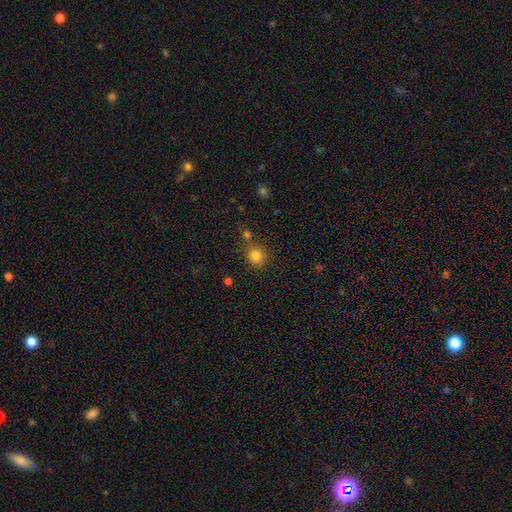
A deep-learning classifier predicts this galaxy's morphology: A smooth galaxy with no disk features (82%) that is round (81%).

Vote fractions:
- Smooth or featured? smooth: 82% / star or artifact: 12% / featured or disk: 5%
- How rounded? round: 81% / in between: 18% / cigar-shaped: 1%
- Merging? none: 73% / merger: 12% / minor disturbance: 11% / major disturbance: 4%